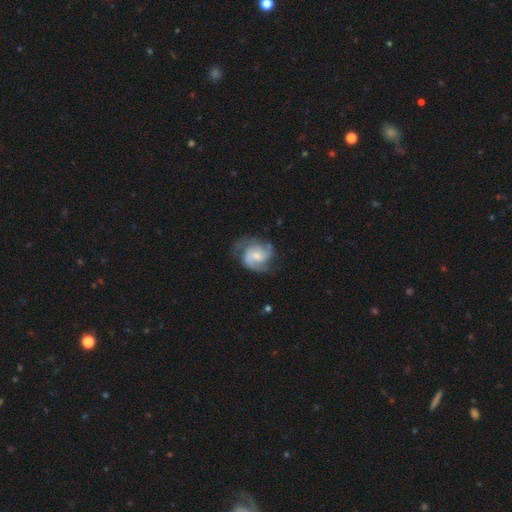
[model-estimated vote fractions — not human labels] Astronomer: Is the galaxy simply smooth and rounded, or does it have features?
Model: featured or disk — 80%.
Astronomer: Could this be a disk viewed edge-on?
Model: no — 98%.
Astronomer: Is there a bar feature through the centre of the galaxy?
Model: no — 46% (runner-up: weak, 45%).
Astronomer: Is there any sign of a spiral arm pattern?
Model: yes — 95%.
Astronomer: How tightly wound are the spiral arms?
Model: medium — 51% (runner-up: tight, 30%).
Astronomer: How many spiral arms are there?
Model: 2 — 42% (runner-up: 3, 31%).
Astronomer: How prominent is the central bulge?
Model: moderate — 42% (runner-up: small, 40%).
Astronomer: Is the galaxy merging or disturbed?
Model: none — 62%.